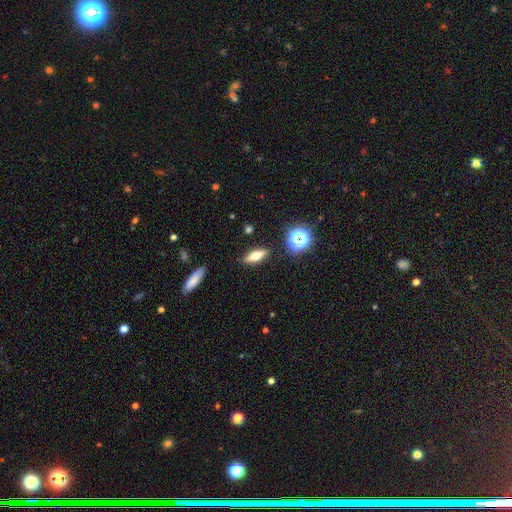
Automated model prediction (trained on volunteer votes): Overall: smooth (52%; featured or disk 37%). How rounded: in between (50%; cigar-shaped 43%). Merging: none (87%).